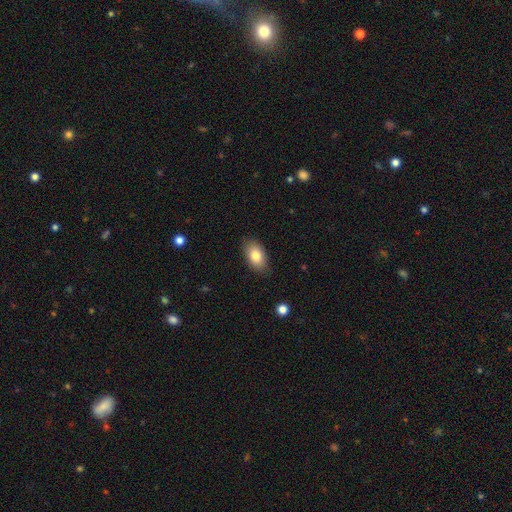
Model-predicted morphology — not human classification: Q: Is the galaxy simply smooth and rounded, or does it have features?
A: smooth — 81%.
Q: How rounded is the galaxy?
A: in between — 92%.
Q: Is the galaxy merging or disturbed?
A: none — 84%.